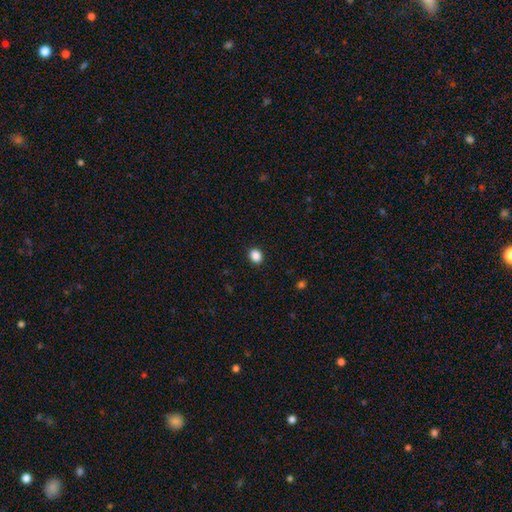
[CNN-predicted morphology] Smooth or featured?
  - smooth: 88% *
  - star or artifact: 10%
  - featured or disk: 3%
How rounded?
  - round: 57% *
  - in between: 42%
  - cigar-shaped: 1%
Merging?
  - none: 90% *
  - minor disturbance: 7%
  - major disturbance: 2%
  - merger: 1%